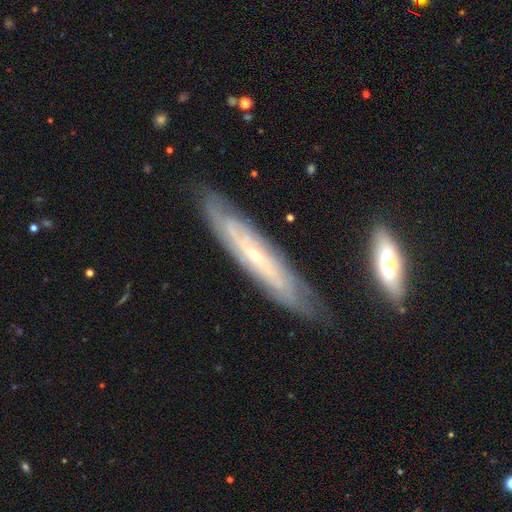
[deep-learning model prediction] A featured or disk galaxy (76%).

Vote fractions:
- Smooth or featured? featured or disk: 76% / smooth: 18% / star or artifact: 7%
- Edge-on disk? no: 60% / yes: 40%
- Merging? none: 78% / minor disturbance: 16% / major disturbance: 4% / merger: 2%